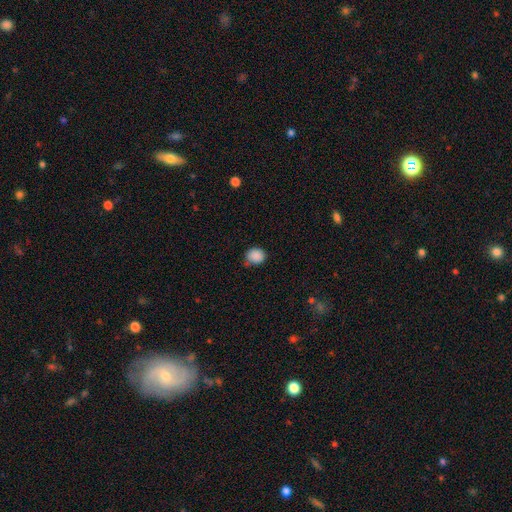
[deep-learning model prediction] A smooth galaxy with no disk features (88%) that is round (73%).

Vote fractions:
- Smooth or featured? smooth: 88% / star or artifact: 9% / featured or disk: 3%
- How rounded? round: 73% / in between: 26% / cigar-shaped: 1%
- Merging? none: 66% / minor disturbance: 27% / major disturbance: 5% / merger: 3%